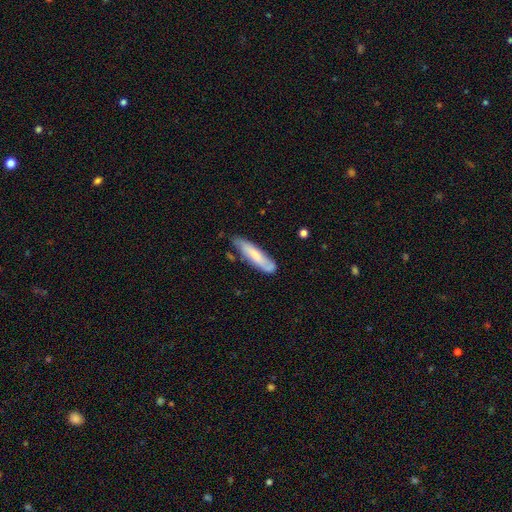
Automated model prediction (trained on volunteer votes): This appears to be a smooth galaxy with no disk features (64%) that is cigar-shaped (75%). Merging: none (67%).